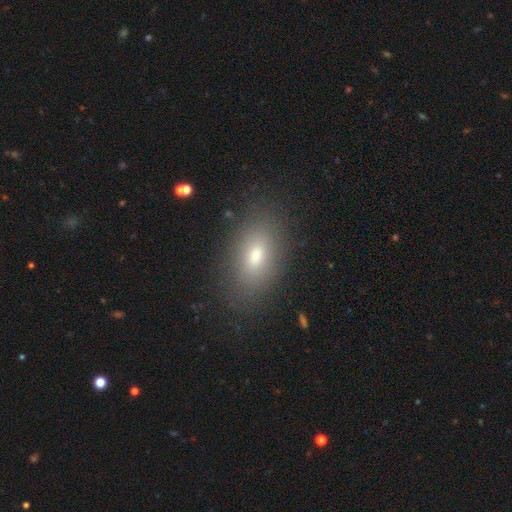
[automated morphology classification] This appears to be a smooth galaxy with no disk features (76%) that is in between round and cigar-shaped (88%). Merging: none (83%).